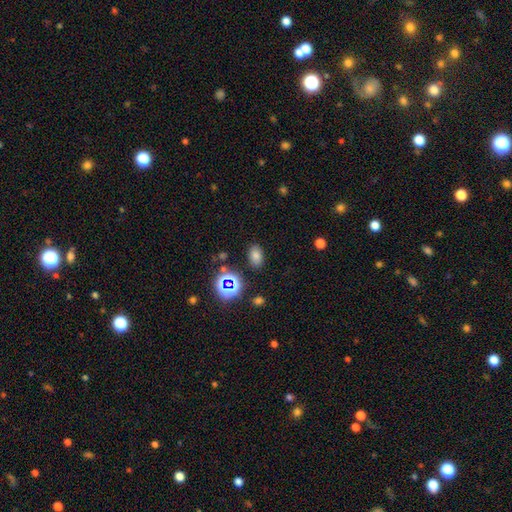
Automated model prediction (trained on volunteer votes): Smooth or featured? smooth (72%)
How rounded? in between (83%)
Merging? none (86%)